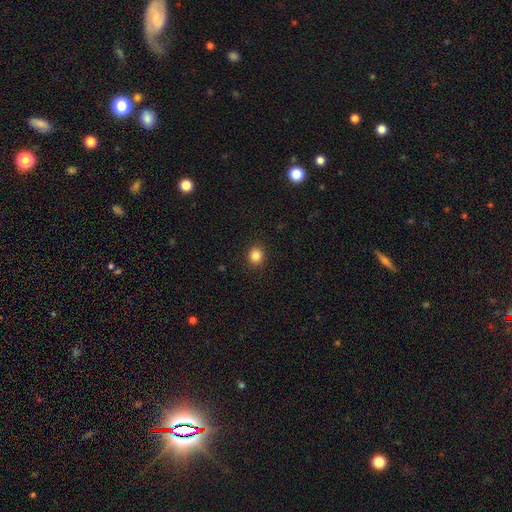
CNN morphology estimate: Smooth or featured? Predicted: smooth (p=0.85). How rounded? Predicted: round (p=0.84). Merging? Predicted: none (p=0.91).